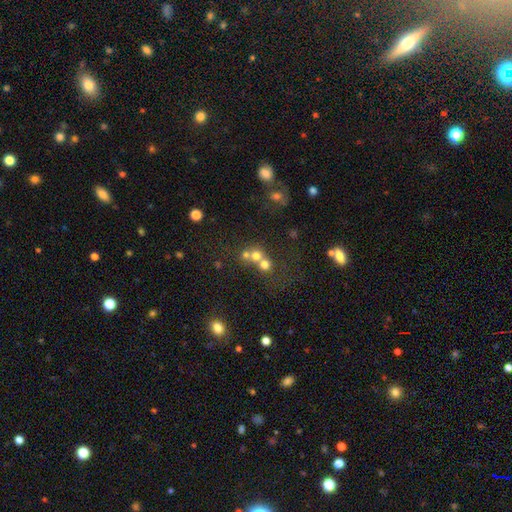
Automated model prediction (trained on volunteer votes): smooth-or-featured: smooth: 66% | star or artifact: 18% | featured or disk: 15%
  how-rounded: round: 84% | in between: 15% | cigar-shaped: 1%
  merging: merger: 53% | none: 37% | minor disturbance: 6% | major disturbance: 4%